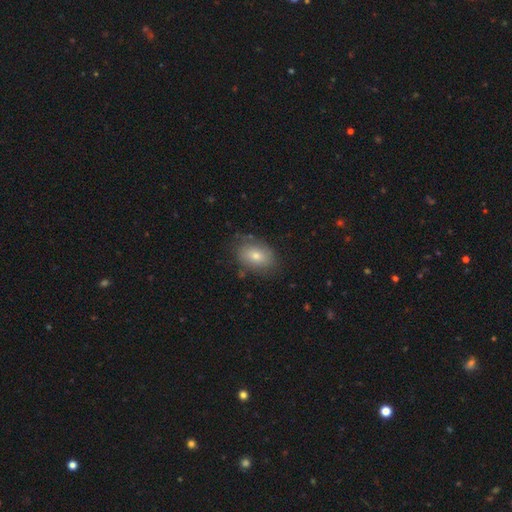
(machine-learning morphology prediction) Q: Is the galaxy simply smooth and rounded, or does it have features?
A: smooth — 72%.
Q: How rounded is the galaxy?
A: in between — 83%.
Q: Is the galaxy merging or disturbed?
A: none — 75%.